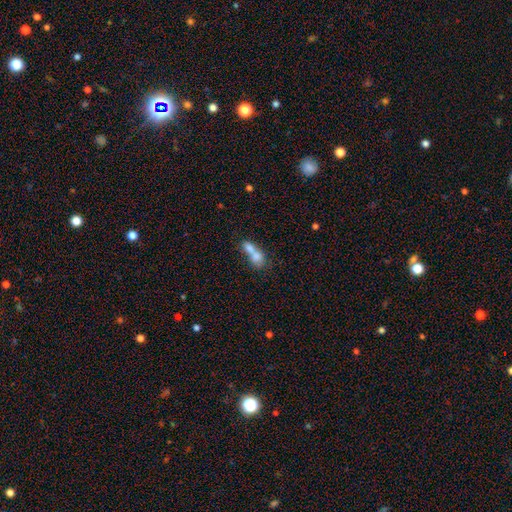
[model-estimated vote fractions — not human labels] smooth-or-featured: smooth: 71% | featured or disk: 19% | star or artifact: 9%
  how-rounded: in between: 60% | round: 28% | cigar-shaped: 11%
  merging: merger: 73% | none: 16% | minor disturbance: 6% | major disturbance: 5%